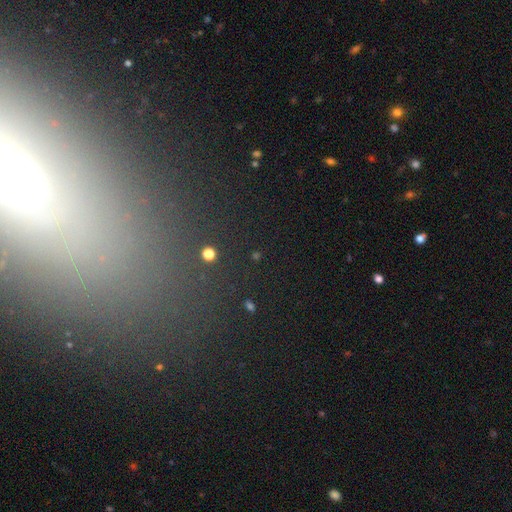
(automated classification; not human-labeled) smooth-or-featured: star or artifact: 59% | smooth: 30% | featured or disk: 11%